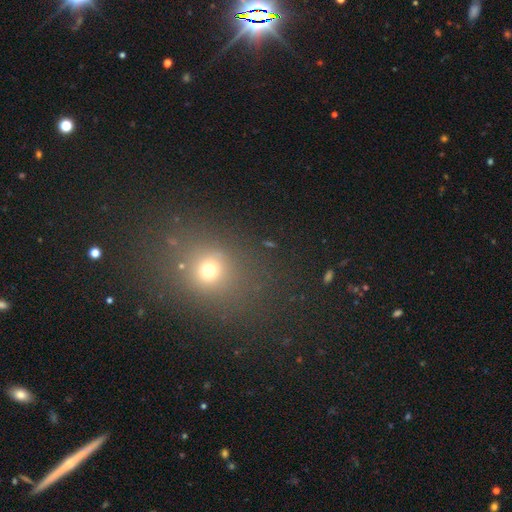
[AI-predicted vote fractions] Smooth or featured: smooth — 51% (star or artifact — 40%)
How rounded: round — 59% (in between — 39%)
Merging: none — 86% (minor disturbance — 8%)